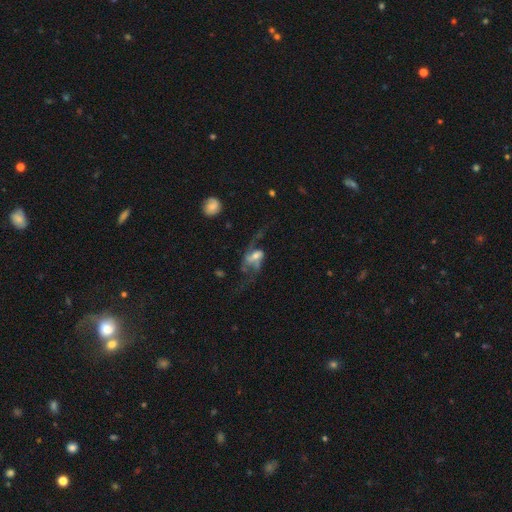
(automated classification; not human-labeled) Overall: featured or disk (76%). Edge-on disk: no (93%). Bar: weak (41%; no 34%). Spiral arms: yes (85%). Spiral arm count: 2 (86%). Spiral winding: loose (79%). Bulge size: moderate (48%; small 36%). Merging: none (40%; major disturbance 38%).